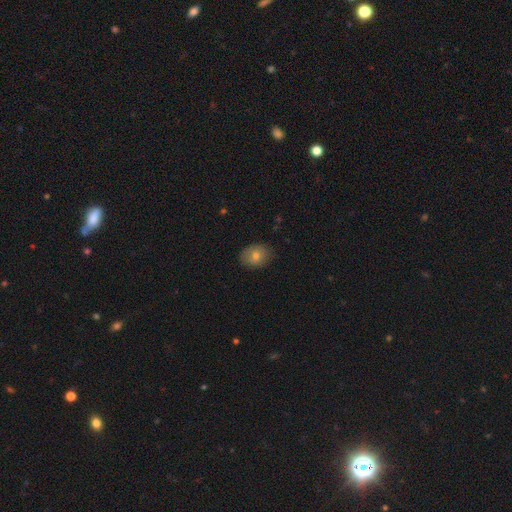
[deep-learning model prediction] smooth_or_featured: smooth (p=0.74) [alt: featured or disk p=0.17]
how_rounded: in between (p=0.62) [alt: round p=0.37]
merging: none (p=0.83) [alt: minor disturbance p=0.13]